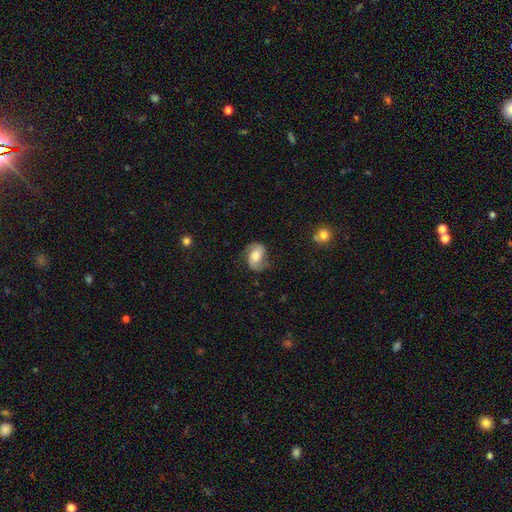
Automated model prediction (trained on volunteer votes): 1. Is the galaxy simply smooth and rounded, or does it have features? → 57% featured or disk, 35% smooth, 8% star or artifact.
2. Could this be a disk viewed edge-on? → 97% no, 3% yes.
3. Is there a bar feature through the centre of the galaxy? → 48% no, 37% weak, 15% strong.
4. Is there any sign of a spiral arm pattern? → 90% yes, 10% no.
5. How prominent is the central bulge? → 37% large, 34% moderate, 13% small, 9% none, 6% dominant.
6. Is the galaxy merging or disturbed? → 66% none, 22% minor disturbance, 11% major disturbance, 2% merger.